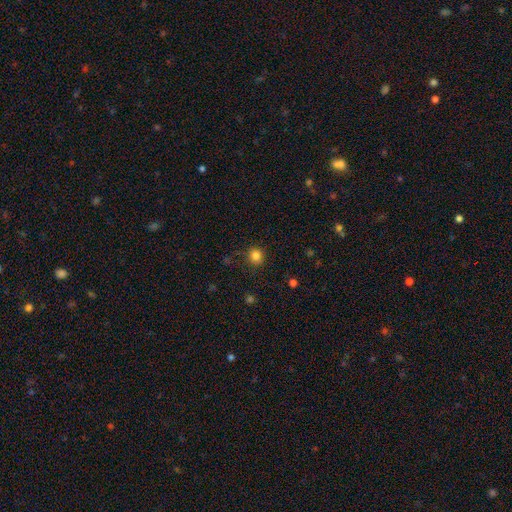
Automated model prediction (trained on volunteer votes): The model was most divided on "smooth or featured": smooth: 83%, star or artifact: 12%, featured or disk: 4%. More confident: how rounded — round (92%); merging — none (88%).